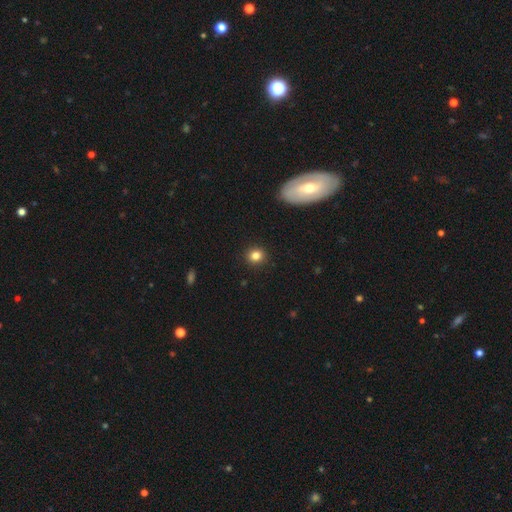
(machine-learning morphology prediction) Smooth or featured?
  - smooth: 83% *
  - star or artifact: 12%
  - featured or disk: 6%
How rounded?
  - round: 84% *
  - in between: 15%
  - cigar-shaped: 1%
Merging?
  - none: 91% *
  - minor disturbance: 6%
  - major disturbance: 2%
  - merger: 1%